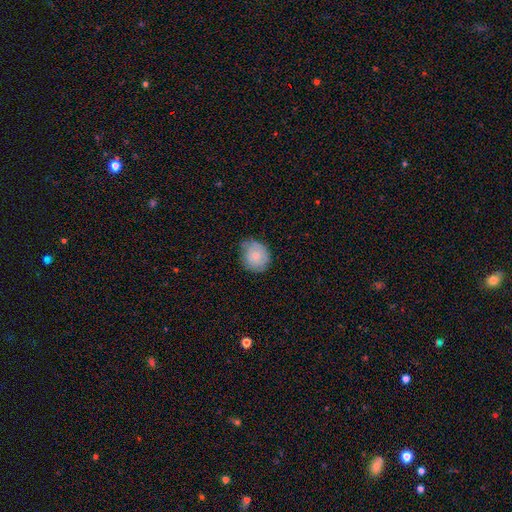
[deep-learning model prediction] Smooth or featured?
  - smooth: 73% *
  - featured or disk: 19%
  - star or artifact: 7%
How rounded?
  - round: 74% *
  - in between: 25%
  - cigar-shaped: 1%
Merging?
  - none: 59% *
  - minor disturbance: 33%
  - major disturbance: 6%
  - merger: 1%